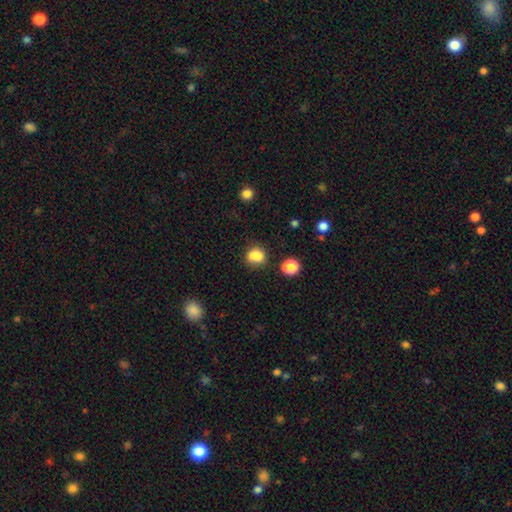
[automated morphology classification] This is clearly a smooth galaxy (80%). How rounded: possibly round (59%). Merging: possibly none (50%).